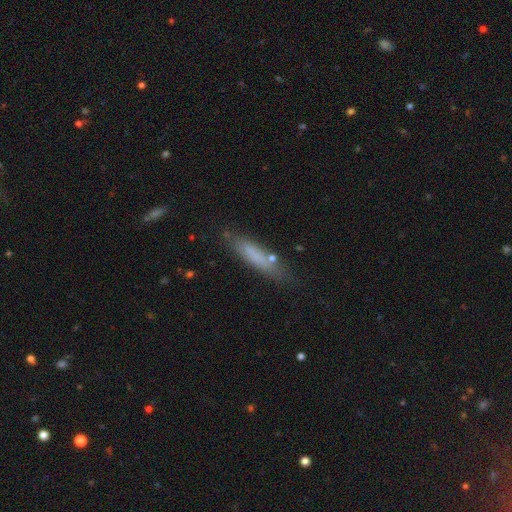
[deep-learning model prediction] A smooth galaxy with no disk features (70%) that is cigar-shaped (80%).

Vote fractions:
- Smooth or featured? smooth: 70% / featured or disk: 21% / star or artifact: 9%
- How rounded? cigar-shaped: 80% / in between: 18% / round: 2%
- Merging? none: 75% / minor disturbance: 16% / major disturbance: 5% / merger: 4%